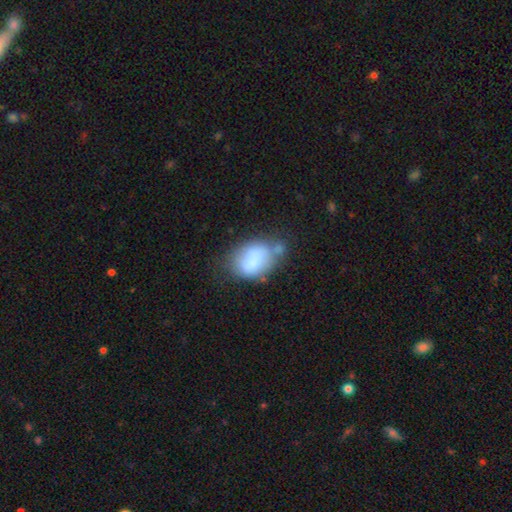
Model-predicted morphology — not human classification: type=smooth (74%); roundness=in between (77%); merging=none (40%).